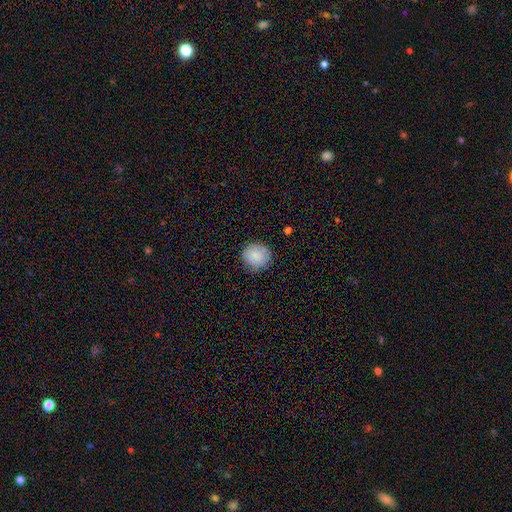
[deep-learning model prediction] smooth_or_featured: smooth (p=0.87) [alt: star or artifact p=0.07]
how_rounded: round (p=0.89) [alt: in between p=0.10]
merging: none (p=0.86) [alt: minor disturbance p=0.10]